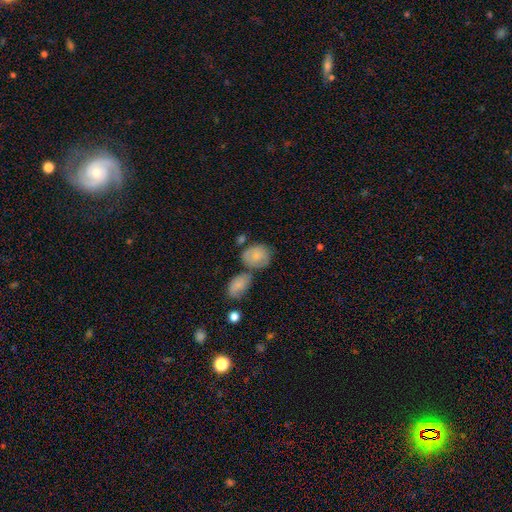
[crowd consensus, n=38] This appears to be a smooth galaxy with no disk features (71%) that is round (59%). Merging: none (61%).